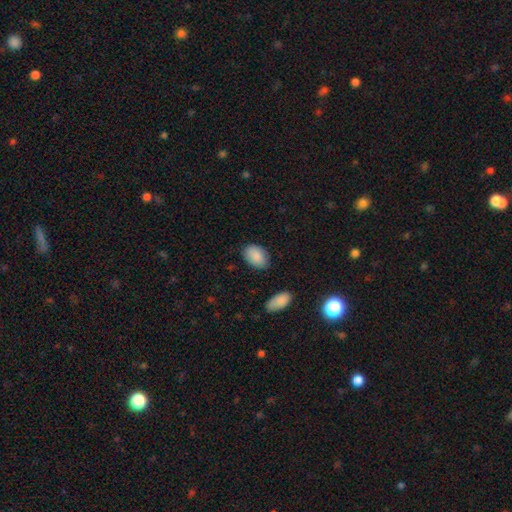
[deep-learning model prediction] smooth 88%, star or artifact 6%, featured or disk 5%. Down the decision tree: how rounded — in between (86%); merging — none (81%).